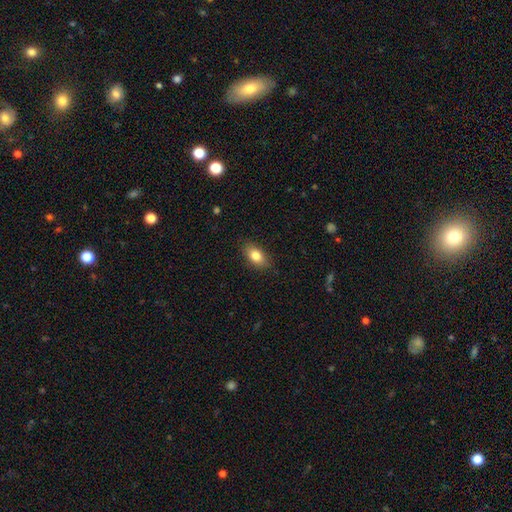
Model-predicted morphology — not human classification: smooth-or-featured: smooth: 82% | featured or disk: 10% | star or artifact: 8%
  how-rounded: in between: 88% | round: 8% | cigar-shaped: 4%
  merging: none: 87% | minor disturbance: 10% | major disturbance: 2% | merger: 1%